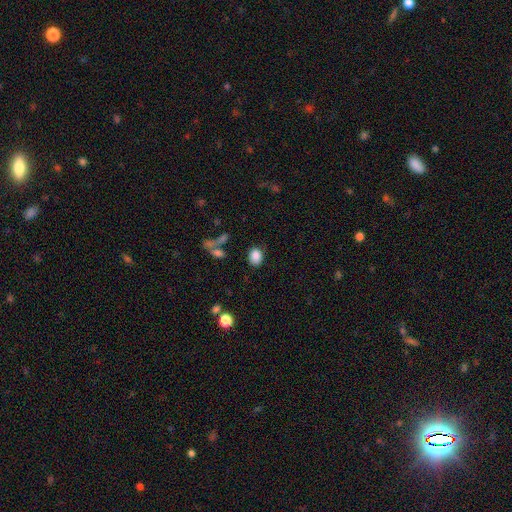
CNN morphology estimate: smooth 86%, star or artifact 9%, featured or disk 5%. Down the decision tree: how rounded — in between (64%); merging — none (81%).